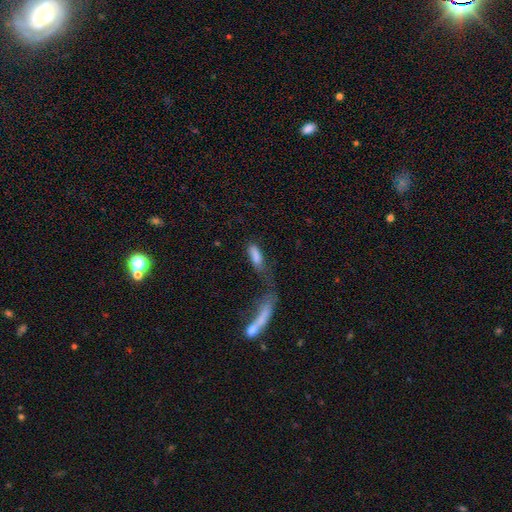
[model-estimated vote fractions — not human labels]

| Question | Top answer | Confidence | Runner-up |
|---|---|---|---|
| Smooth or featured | smooth | 78% | featured or disk (13%) |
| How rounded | cigar-shaped | 48% | tied: in between (48%) |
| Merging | merger | 35% | none (26%) |